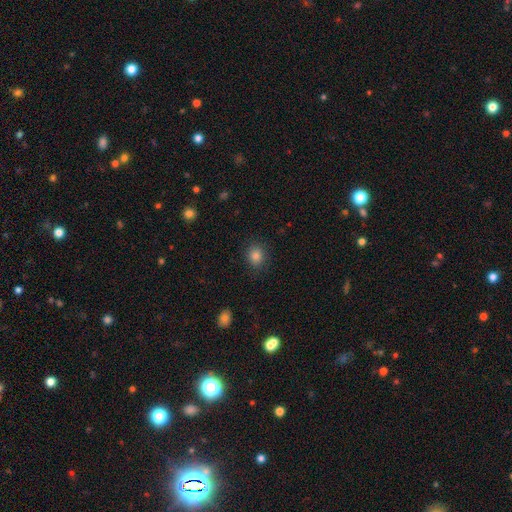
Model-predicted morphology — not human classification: Overall: smooth (84%). How rounded: round (71%). Merging: none (88%).